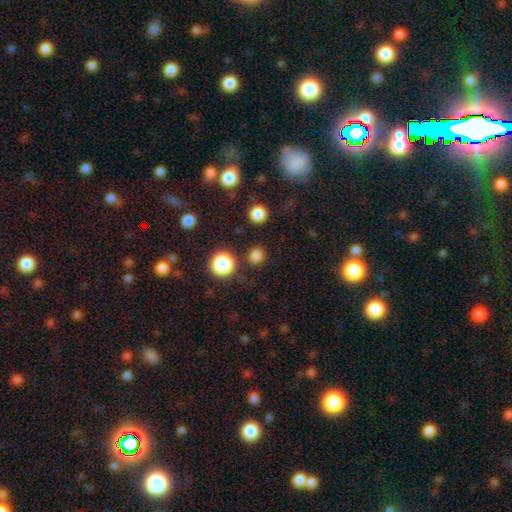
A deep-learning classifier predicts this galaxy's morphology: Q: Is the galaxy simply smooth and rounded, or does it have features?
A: smooth — 77%.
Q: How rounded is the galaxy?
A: round — 90%.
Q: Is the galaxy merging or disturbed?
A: none — 85%.